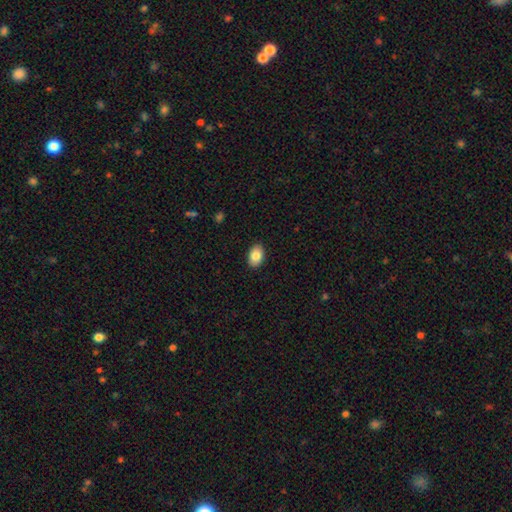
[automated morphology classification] Q: Smooth or featured?
A: smooth (85%); runner-up: featured or disk (8%)
Q: How rounded?
A: in between (88%); runner-up: round (11%)
Q: Merging?
A: none (90%); runner-up: minor disturbance (8%)